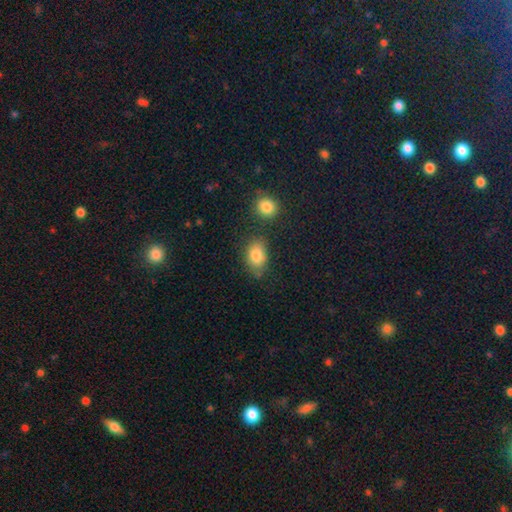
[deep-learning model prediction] smooth_or_featured: smooth (p=0.82) [alt: star or artifact p=0.09]
how_rounded: in between (p=0.81) [alt: round p=0.17]
merging: none (p=0.67) [alt: minor disturbance p=0.19]